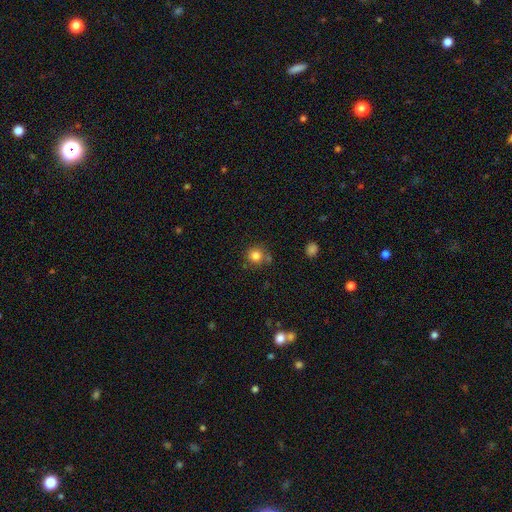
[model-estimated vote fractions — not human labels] This appears to be a smooth galaxy with no disk features (82%) that is round (92%). Merging: none (75%).